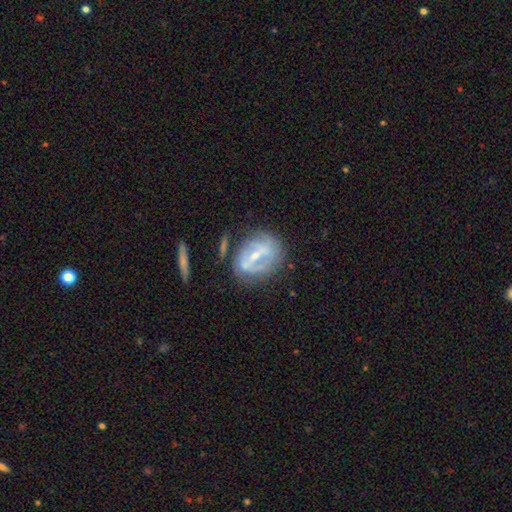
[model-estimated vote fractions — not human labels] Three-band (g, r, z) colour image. It shows a featured or disk galaxy (71%) with a strong bar (52%), spiral arms (62%) and a small central bulge (57%). Merging: none (59%).